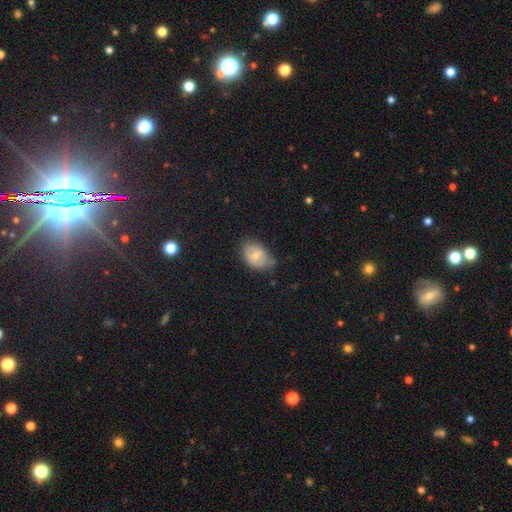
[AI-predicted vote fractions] Smooth or featured? Predicted: smooth (p=0.63). How rounded? Predicted: in between (p=0.80). Merging? Predicted: none (p=0.57).